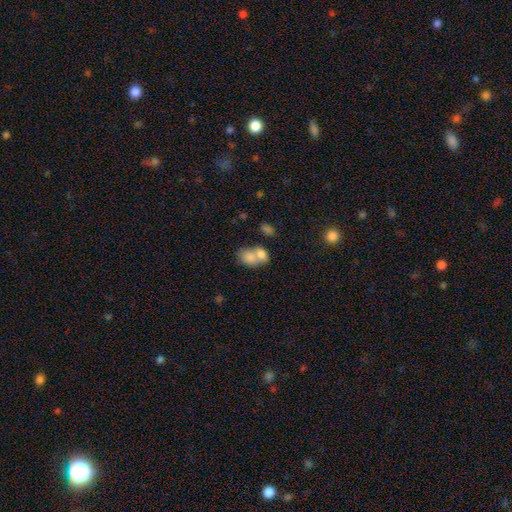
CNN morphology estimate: This appears to be a smooth galaxy with no disk features (77%) that is in between round and cigar-shaped (73%). Merging: merger (67%).